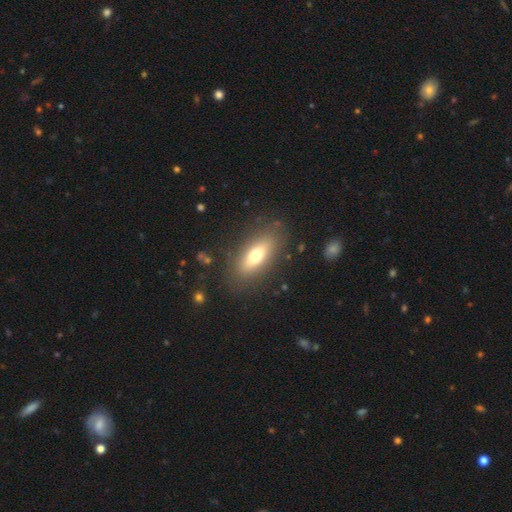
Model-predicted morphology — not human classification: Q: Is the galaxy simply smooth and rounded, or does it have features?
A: smooth — 66%.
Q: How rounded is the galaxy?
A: in between — 72%.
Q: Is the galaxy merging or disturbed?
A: none — 82%.